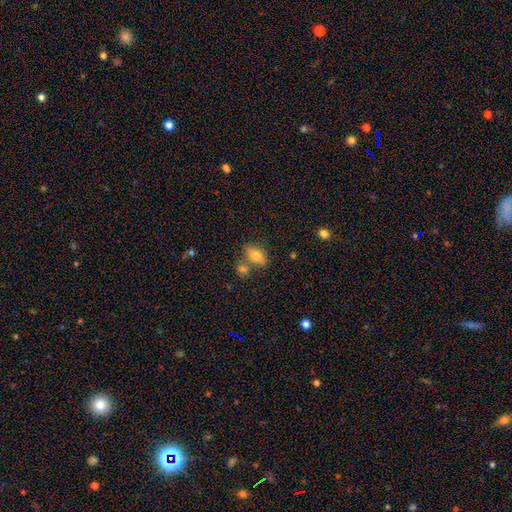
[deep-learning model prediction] smooth-or-featured: smooth: 72% | featured or disk: 16% | star or artifact: 12%
  how-rounded: in between: 80% | cigar-shaped: 10% | round: 9%
  merging: none: 60% | merger: 18% | minor disturbance: 16% | major disturbance: 6%